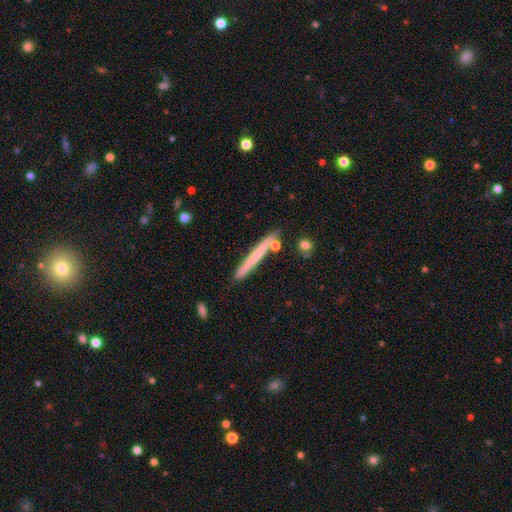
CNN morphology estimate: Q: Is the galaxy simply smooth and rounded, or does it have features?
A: smooth — 56%.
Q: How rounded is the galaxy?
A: cigar-shaped — 96%.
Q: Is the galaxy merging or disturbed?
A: none — 83%.